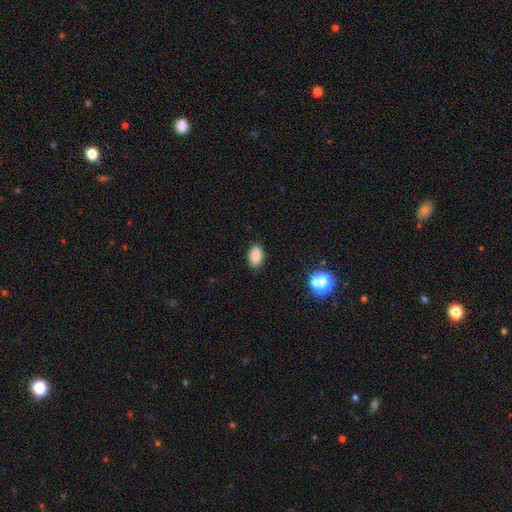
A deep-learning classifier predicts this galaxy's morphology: Q: Smooth or featured?
A: smooth (85%); runner-up: star or artifact (10%)
Q: How rounded?
A: in between (89%); runner-up: round (9%)
Q: Merging?
A: none (87%); runner-up: minor disturbance (9%)